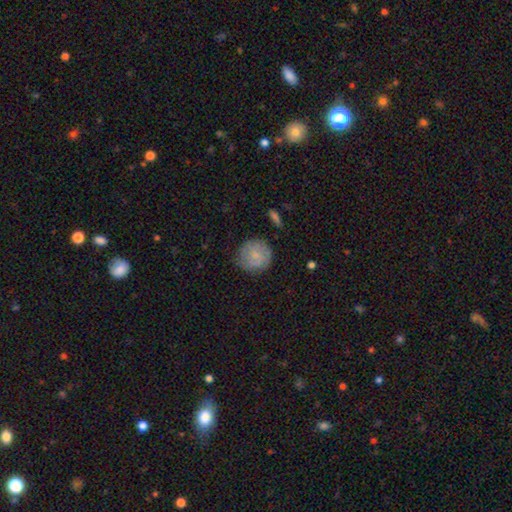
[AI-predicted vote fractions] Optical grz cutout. It shows a smooth galaxy with no disk features (63%) that is round (91%). Merging: none (76%).